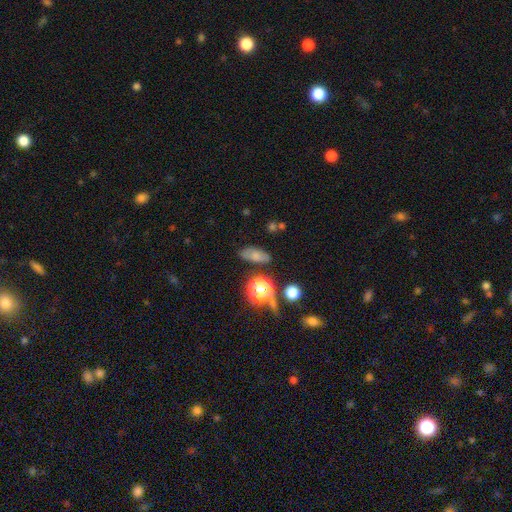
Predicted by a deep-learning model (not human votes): The model was most divided on "smooth or featured": smooth: 67%, star or artifact: 18%, featured or disk: 15%. More confident: how rounded — in between (74%); merging — none (73%).